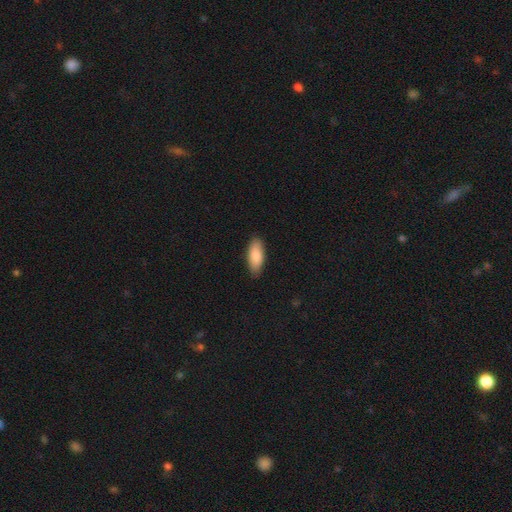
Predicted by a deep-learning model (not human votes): smooth 87%, featured or disk 8%, star or artifact 6%. Down the decision tree: how rounded — in between (79%); merging — none (86%).